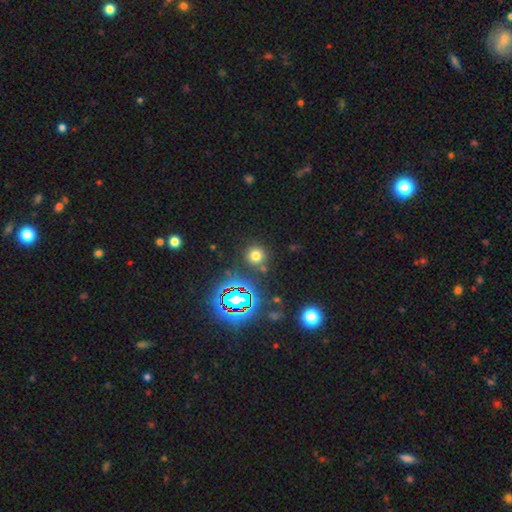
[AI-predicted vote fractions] This is likely a smooth galaxy (66%). How rounded: clearly round (93%). Merging: clearly none (83%).